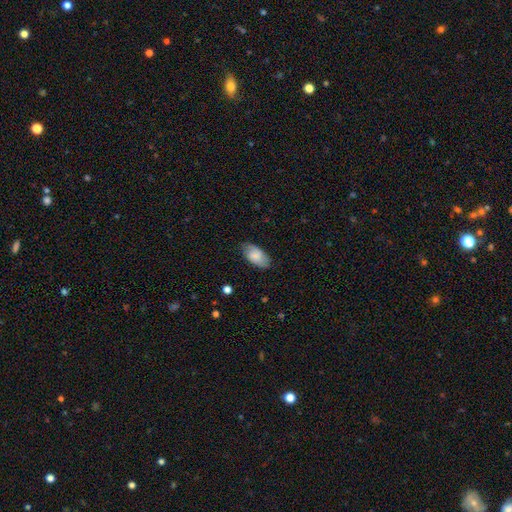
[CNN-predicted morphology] Smooth or featured? smooth (76%)
How rounded? in between (94%)
Merging? none (78%)